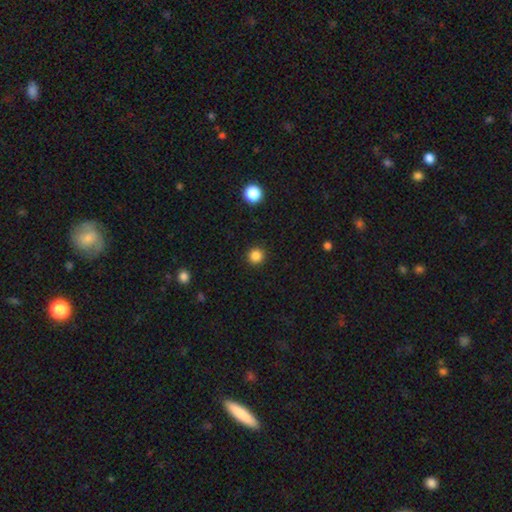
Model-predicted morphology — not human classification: Smooth or featured? Predicted: smooth (p=0.85). How rounded? Predicted: round (p=0.95). Merging? Predicted: none (p=0.92).